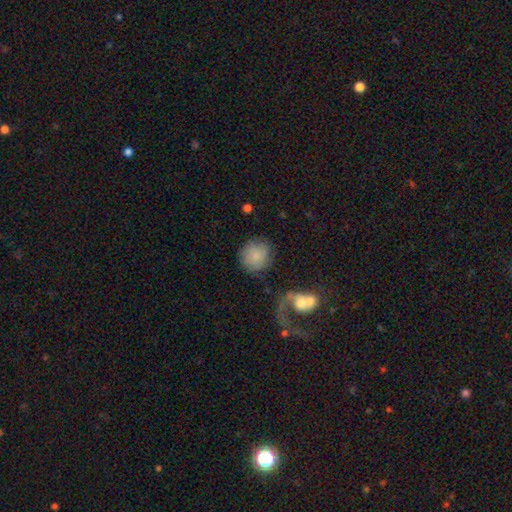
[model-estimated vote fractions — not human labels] smooth_or_featured: smooth (p=0.70) [alt: featured or disk p=0.21]
how_rounded: round (p=0.87) [alt: in between p=0.12]
merging: none (p=0.67) [alt: minor disturbance p=0.16]